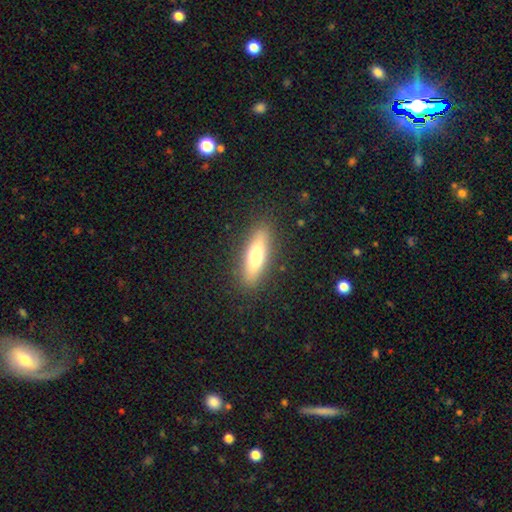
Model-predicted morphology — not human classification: smooth-or-featured: smooth: 67% | featured or disk: 26% | star or artifact: 6%
  how-rounded: cigar-shaped: 65% | in between: 33% | round: 2%
  merging: none: 88% | minor disturbance: 9% | major disturbance: 2% | merger: 1%